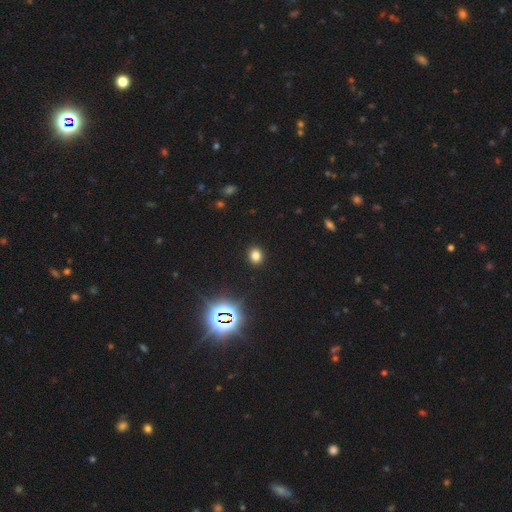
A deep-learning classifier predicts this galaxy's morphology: The model was most divided on "how rounded": round: 60%, in between: 38%, cigar-shaped: 1%. More confident: merging — none (90%); smooth or featured — smooth (75%).